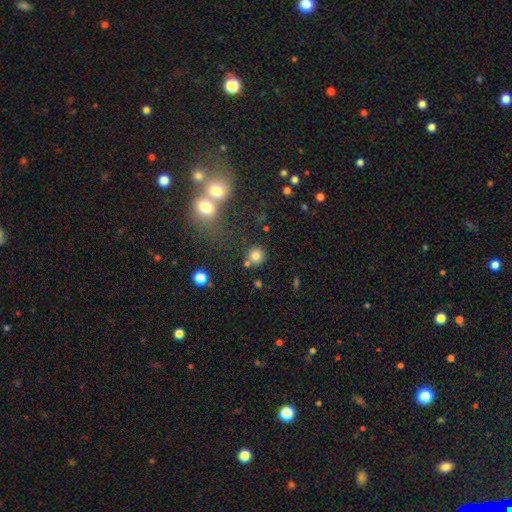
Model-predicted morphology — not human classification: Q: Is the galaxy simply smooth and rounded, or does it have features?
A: smooth — 79%.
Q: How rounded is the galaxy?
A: round — 89%.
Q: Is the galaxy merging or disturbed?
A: none — 73%.